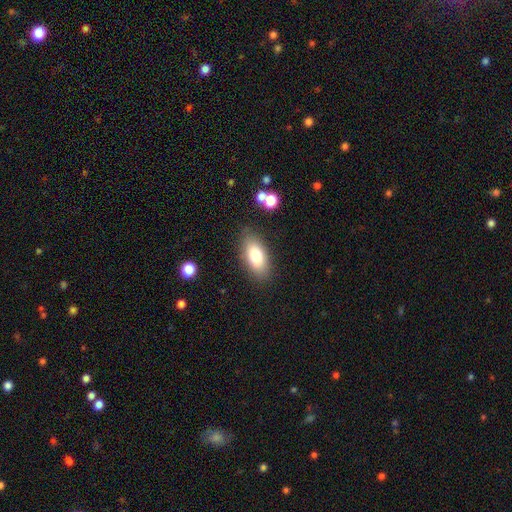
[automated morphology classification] Overall: smooth (77%). How rounded: in between (88%). Merging: none (84%).